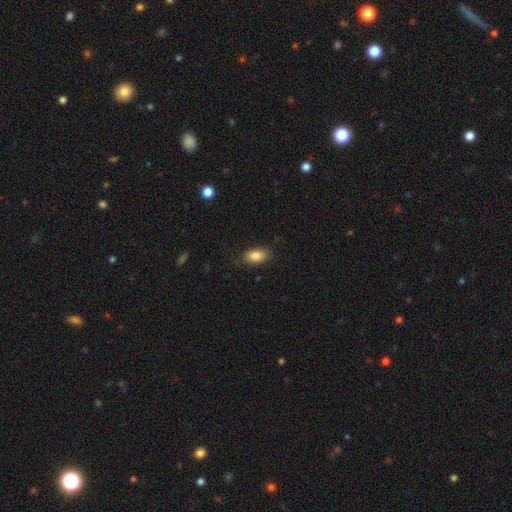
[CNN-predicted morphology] Smooth or featured? Predicted: smooth (p=0.85). How rounded? Predicted: in between (p=0.90). Merging? Predicted: none (p=0.81).